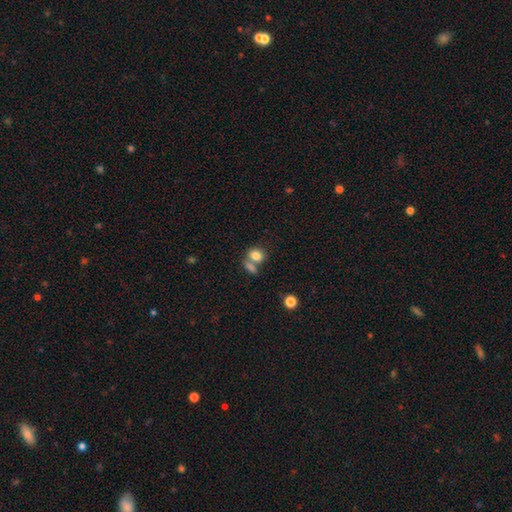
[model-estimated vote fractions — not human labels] Smooth or featured: smooth — 82% (star or artifact — 9%)
How rounded: in between — 51% (round — 47%)
Merging: none — 44% (merger — 41%)